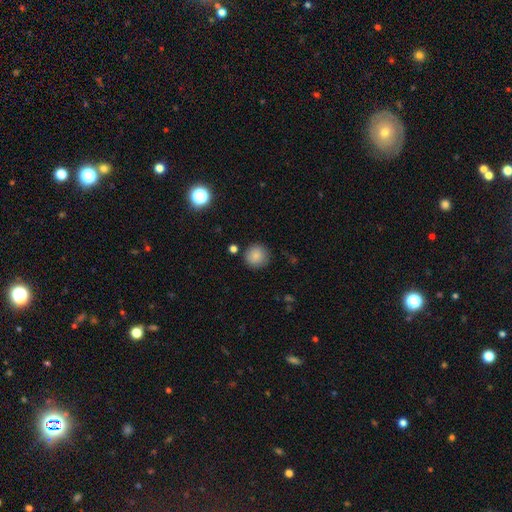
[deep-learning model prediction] A smooth galaxy with no disk features (86%) that is round (94%).

Vote fractions:
- Smooth or featured? smooth: 86% / star or artifact: 9% / featured or disk: 5%
- How rounded? round: 94% / in between: 5% / cigar-shaped: 1%
- Merging? none: 86% / minor disturbance: 9% / merger: 3% / major disturbance: 3%